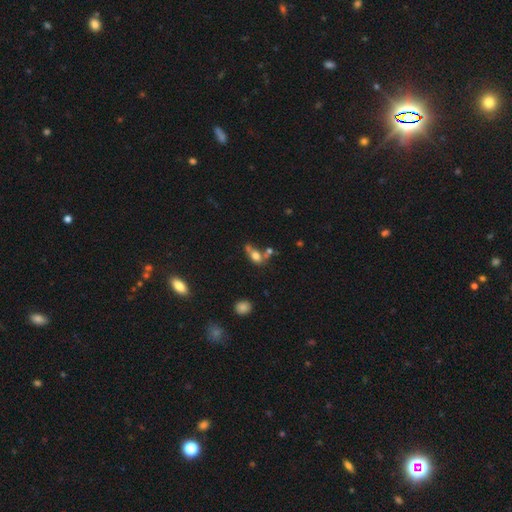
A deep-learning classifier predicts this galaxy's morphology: smooth 67%, featured or disk 20%, star or artifact 13%. Down the decision tree: how rounded — in between (75%); merging — merger (38%).